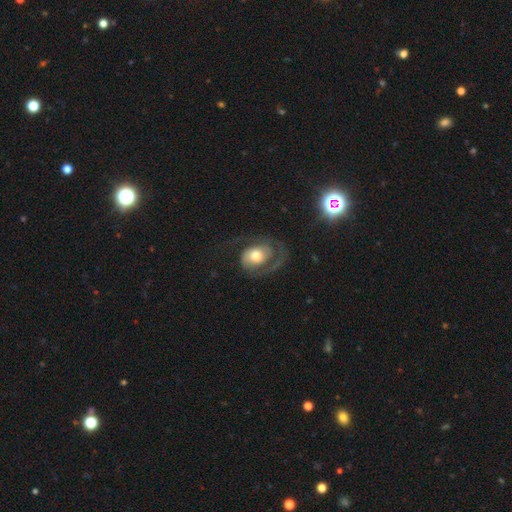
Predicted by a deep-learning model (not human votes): Q: Smooth or featured?
A: featured or disk (67%); runner-up: smooth (26%)
Q: Edge-on disk?
A: no (97%); runner-up: yes (3%)
Q: Bar?
A: no (71%); runner-up: weak (22%)
Q: Spiral arms?
A: yes (88%); runner-up: no (12%)
Q: Spiral winding?
A: medium (42%); runner-up: loose (36%)
Q: Spiral arm count?
A: 2 (53%); runner-up: 1 (37%)
Q: Bulge size?
A: moderate (64%); runner-up: large (19%)
Q: Merging?
A: none (46%); runner-up: major disturbance (35%)